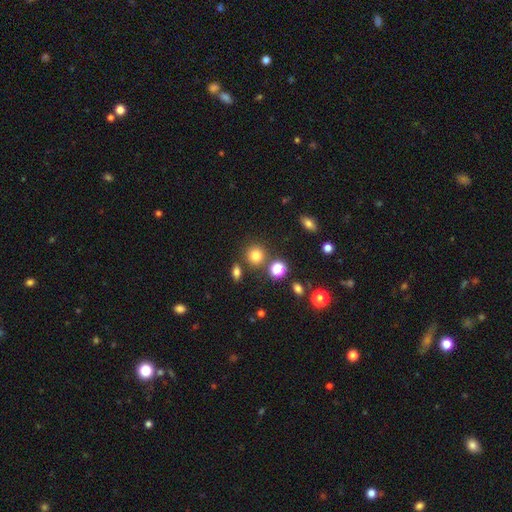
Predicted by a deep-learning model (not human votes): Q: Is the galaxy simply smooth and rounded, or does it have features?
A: smooth — 77%.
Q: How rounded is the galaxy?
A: round — 87%.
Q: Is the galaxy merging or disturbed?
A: none — 77%.